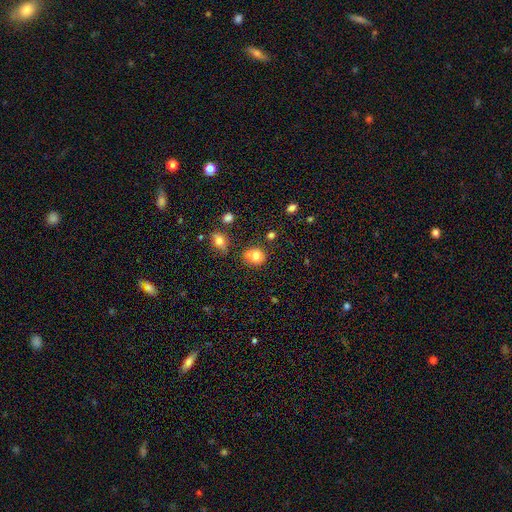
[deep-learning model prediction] Smooth or featured?
  - smooth: 75% *
  - star or artifact: 13%
  - featured or disk: 12%
How rounded?
  - round: 78% *
  - in between: 21%
  - cigar-shaped: 1%
Merging?
  - none: 59% *
  - merger: 21%
  - minor disturbance: 15%
  - major disturbance: 5%